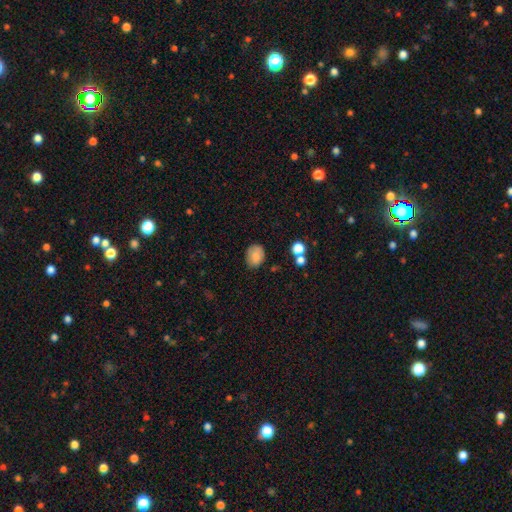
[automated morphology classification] Smooth or featured?
  - smooth: 82% *
  - featured or disk: 9%
  - star or artifact: 9%
How rounded?
  - in between: 64% *
  - round: 35%
  - cigar-shaped: 1%
Merging?
  - none: 77% *
  - minor disturbance: 17%
  - major disturbance: 4%
  - merger: 2%